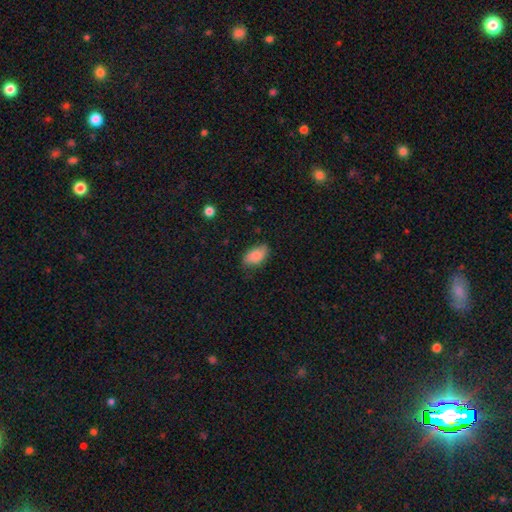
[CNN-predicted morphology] type=smooth (77%); roundness=in between (93%); merging=none (67%).